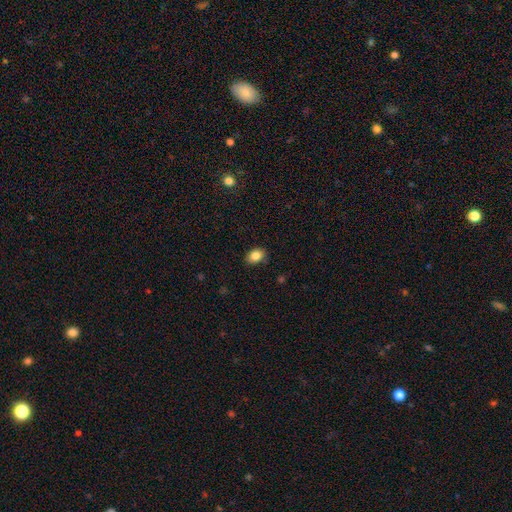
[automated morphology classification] Smooth or featured? smooth (85%)
How rounded? in between (74%)
Merging? none (85%)